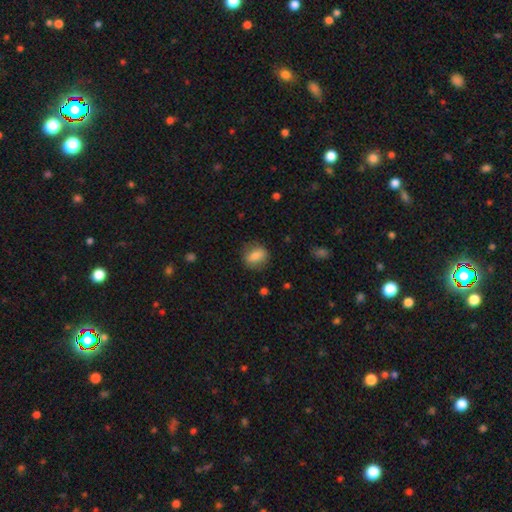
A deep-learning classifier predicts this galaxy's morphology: smooth 80%, featured or disk 12%, star or artifact 8%. Down the decision tree: how rounded — in between (59%); merging — none (78%).